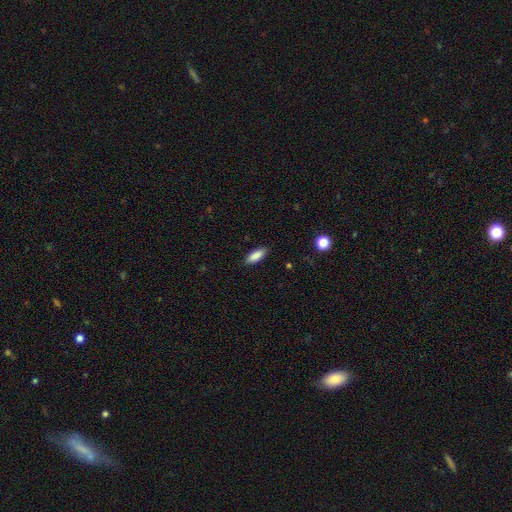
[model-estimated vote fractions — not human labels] A smooth galaxy with no disk features (88%) that is in between round and cigar-shaped (71%).

Vote fractions:
- Smooth or featured? smooth: 88% / star or artifact: 7% / featured or disk: 6%
- How rounded? in between: 71% / cigar-shaped: 27% / round: 2%
- Merging? none: 87% / minor disturbance: 10% / major disturbance: 2% / merger: 1%